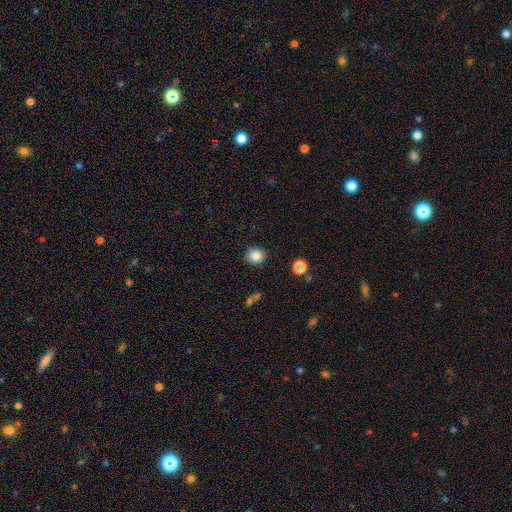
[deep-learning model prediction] Smooth or featured? Predicted: smooth (p=0.83). How rounded? Predicted: round (p=0.74). Merging? Predicted: none (p=0.87).